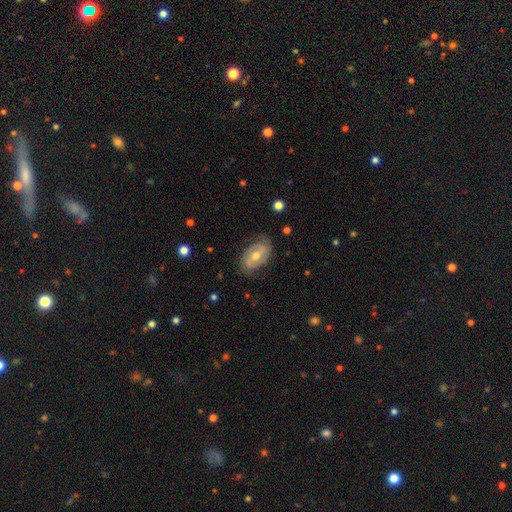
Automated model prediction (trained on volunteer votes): Smooth or featured?
  - featured or disk: 73% *
  - smooth: 20%
  - star or artifact: 7%
Edge-on disk?
  - no: 95% *
  - yes: 5%
Bar?
  - no: 51% *
  - weak: 37%
  - strong: 12%
Spiral arms?
  - yes: 82% *
  - no: 18%
Spiral winding?
  - tight: 54% *
  - medium: 33%
  - loose: 13%
Spiral arm count?
  - 2: 62% *
  - can't tell: 24%
  - 1: 6%
  - 3: 5%
  - 4: 2%
  - more than 4: 2%
Bulge size?
  - moderate: 68% *
  - small: 28%
  - large: 3%
  - none: 1%
  - dominant: 1%
Merging?
  - none: 73% *
  - minor disturbance: 19%
  - major disturbance: 7%
  - merger: 1%